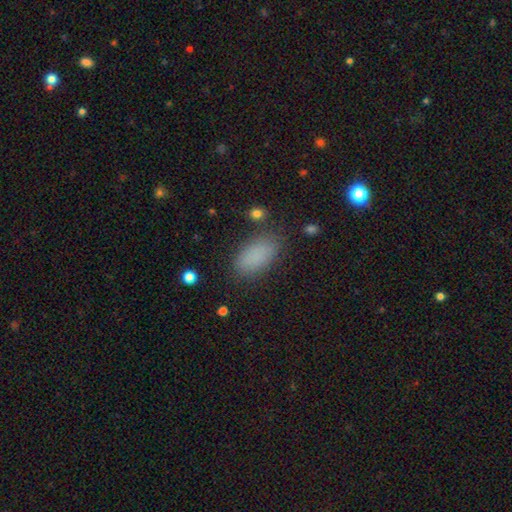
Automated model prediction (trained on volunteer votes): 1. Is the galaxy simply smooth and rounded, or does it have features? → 86% smooth, 10% star or artifact, 4% featured or disk.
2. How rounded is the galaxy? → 92% in between, 4% cigar-shaped, 4% round.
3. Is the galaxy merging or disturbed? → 82% none, 12% minor disturbance, 4% major disturbance, 2% merger.